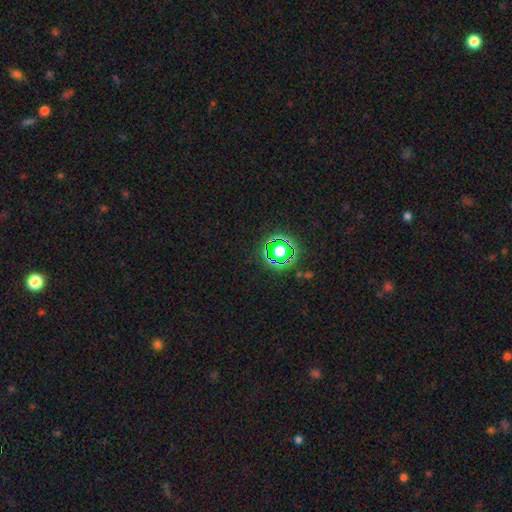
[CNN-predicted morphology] Smooth or featured? Predicted: star or artifact (p=0.78).